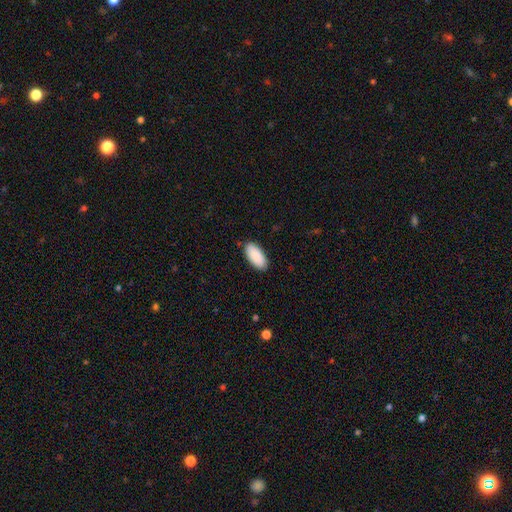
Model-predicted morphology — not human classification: Smooth or featured? Predicted: smooth (p=0.91). How rounded? Predicted: in between (p=0.92). Merging? Predicted: none (p=0.89).